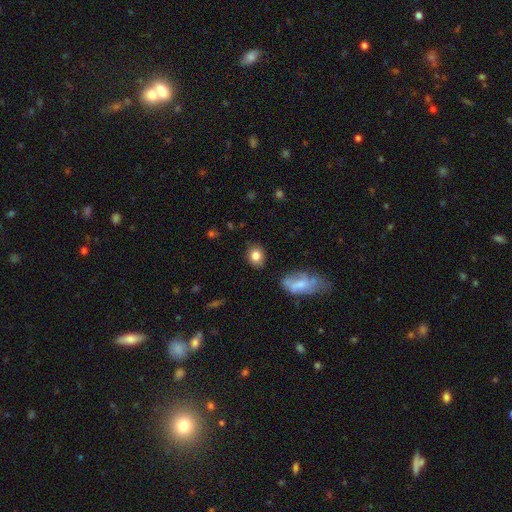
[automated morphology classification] smooth_or_featured: smooth (p=0.82) [alt: star or artifact p=0.09]
how_rounded: round (p=0.56) [alt: in between p=0.42]
merging: none (p=0.84) [alt: minor disturbance p=0.11]